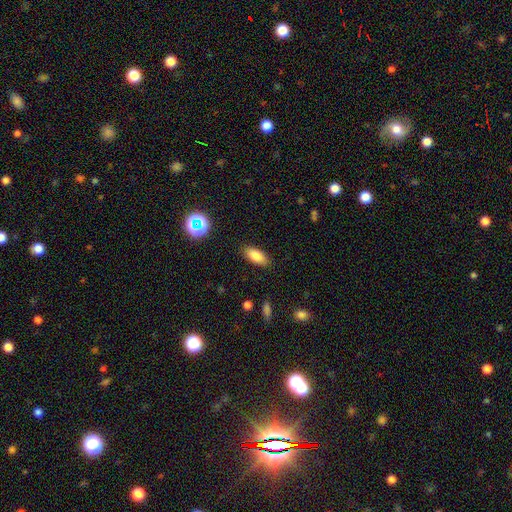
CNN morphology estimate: Q: Smooth or featured?
A: smooth (83%); runner-up: star or artifact (9%)
Q: How rounded?
A: in between (85%); runner-up: cigar-shaped (12%)
Q: Merging?
A: none (87%); runner-up: minor disturbance (9%)